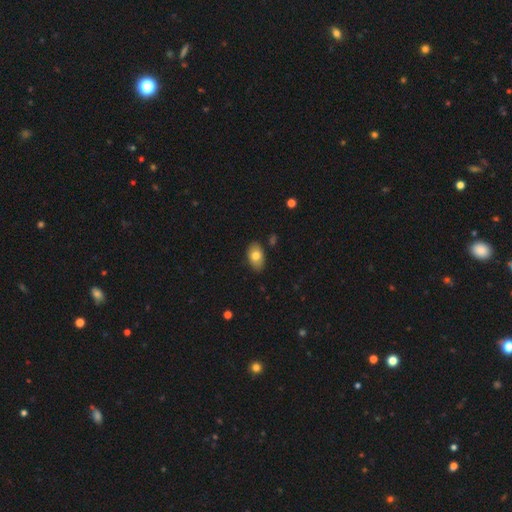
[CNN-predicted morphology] Smooth or featured? Predicted: smooth (p=0.77). How rounded? Predicted: in between (p=0.91). Merging? Predicted: none (p=0.85).